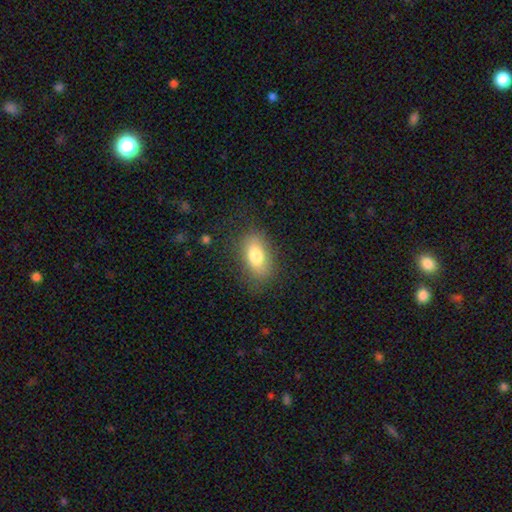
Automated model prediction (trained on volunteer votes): Q: Smooth or featured?
A: smooth (78%); runner-up: featured or disk (14%)
Q: How rounded?
A: in between (87%); runner-up: round (8%)
Q: Merging?
A: none (78%); runner-up: minor disturbance (15%)